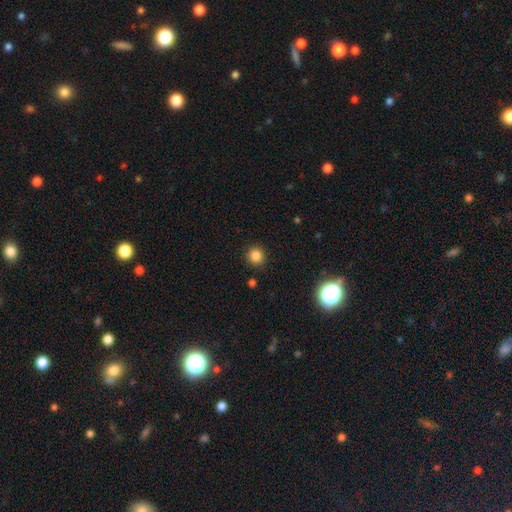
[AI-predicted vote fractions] This appears to be a smooth galaxy with no disk features (84%) that is round (92%). Merging: none (90%).